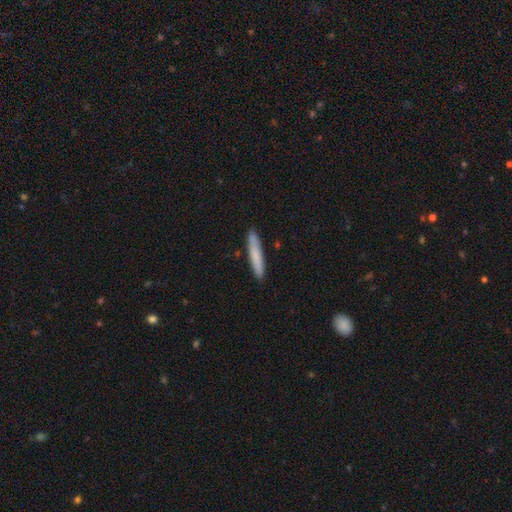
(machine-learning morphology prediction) Smooth or featured? smooth (77%)
How rounded? cigar-shaped (94%)
Merging? none (89%)